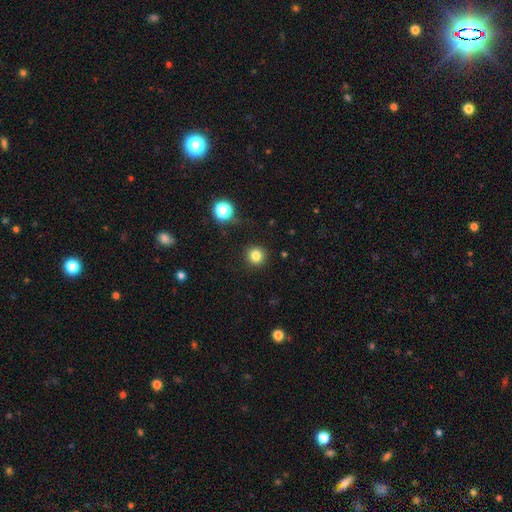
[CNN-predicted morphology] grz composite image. It shows a smooth galaxy with no disk features (82%) that is round (92%). Merging: none (90%).